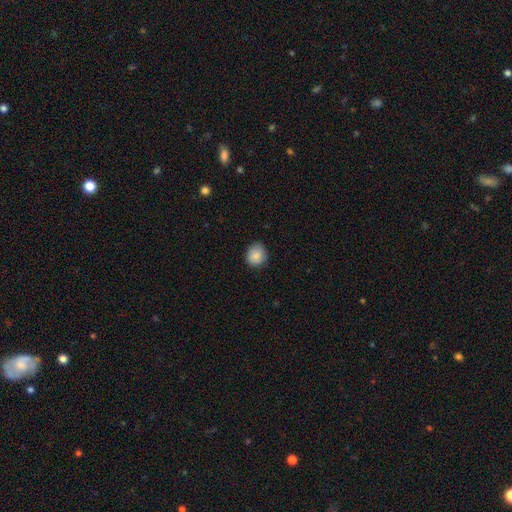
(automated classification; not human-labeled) A smooth galaxy with no disk features (87%) that is round (77%).

Vote fractions:
- Smooth or featured? smooth: 87% / star or artifact: 8% / featured or disk: 5%
- How rounded? round: 77% / in between: 22% / cigar-shaped: 1%
- Merging? none: 82% / minor disturbance: 15% / major disturbance: 3% / merger: 1%